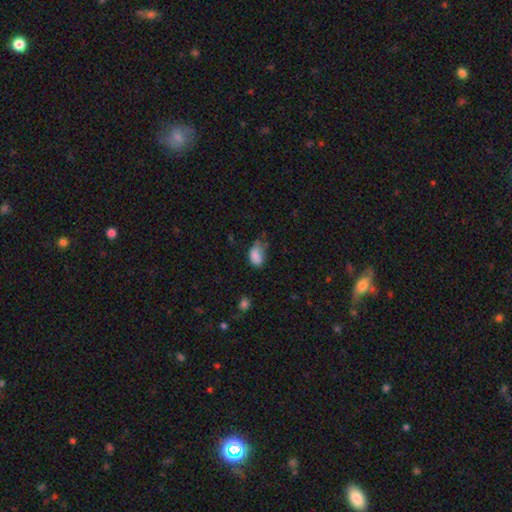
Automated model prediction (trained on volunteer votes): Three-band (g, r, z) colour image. It shows a smooth galaxy with no disk features (79%) that is in between round and cigar-shaped (85%). Merging: minor disturbance (38%).